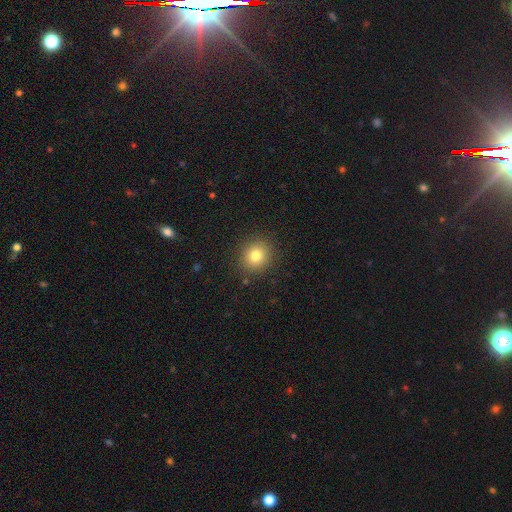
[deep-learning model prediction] smooth_or_featured: smooth (p=0.80) [alt: star or artifact p=0.12]
how_rounded: round (p=0.85) [alt: in between p=0.14]
merging: none (p=0.89) [alt: minor disturbance p=0.07]